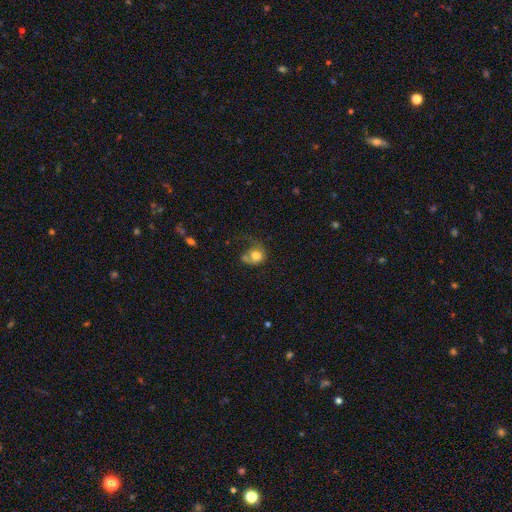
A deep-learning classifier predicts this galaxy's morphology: A smooth galaxy with no disk features (63%) that is round (63%).

Vote fractions:
- Smooth or featured? smooth: 63% / featured or disk: 27% / star or artifact: 9%
- How rounded? round: 63% / in between: 36% / cigar-shaped: 1%
- Merging? major disturbance: 41% / none: 26% / minor disturbance: 19% / merger: 14%